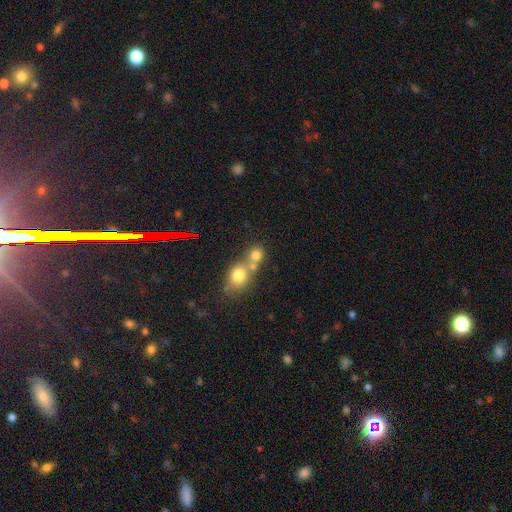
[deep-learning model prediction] Smooth or featured? Predicted: smooth (p=0.75). How rounded? Predicted: round (p=0.77). Merging? Predicted: merger (p=0.55).